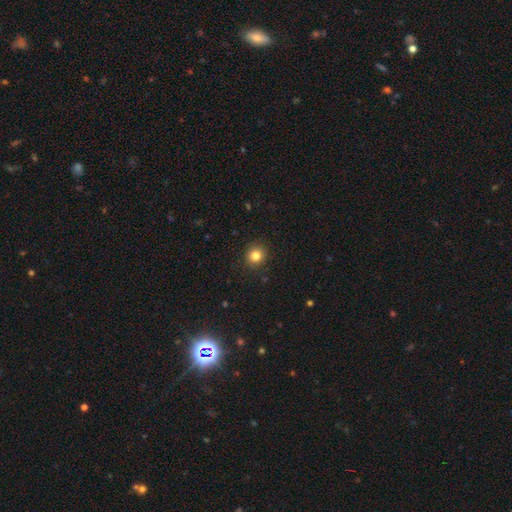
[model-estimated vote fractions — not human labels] The model was most divided on "smooth or featured": smooth: 82%, star or artifact: 12%, featured or disk: 6%. More confident: merging — none (91%); how rounded — round (88%).